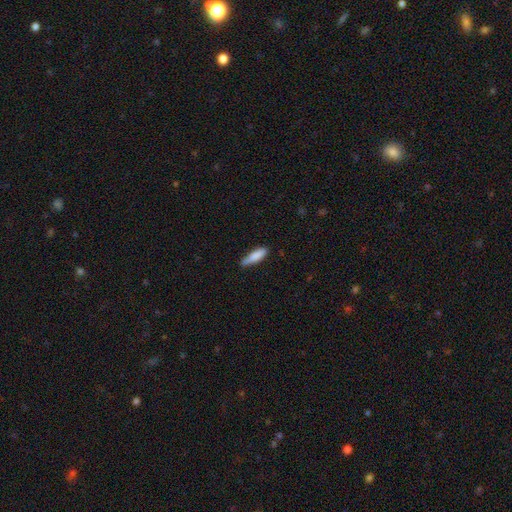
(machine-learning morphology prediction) Q: Smooth or featured?
A: smooth (83%); runner-up: featured or disk (11%)
Q: How rounded?
A: cigar-shaped (63%); runner-up: in between (36%)
Q: Merging?
A: none (66%); runner-up: minor disturbance (28%)